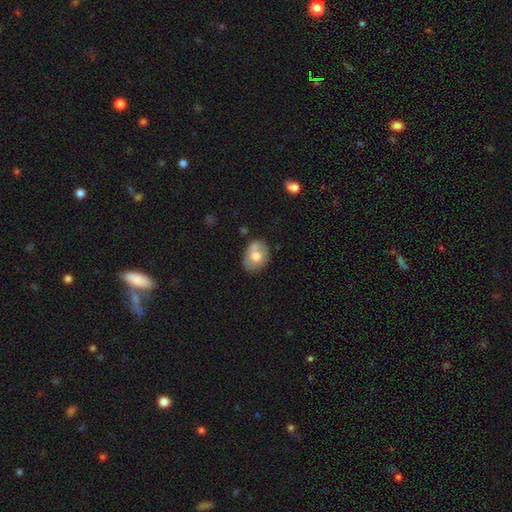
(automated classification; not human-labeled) This is likely a smooth galaxy (64%). How rounded: likely in between (66%). Merging: possibly none (54%).